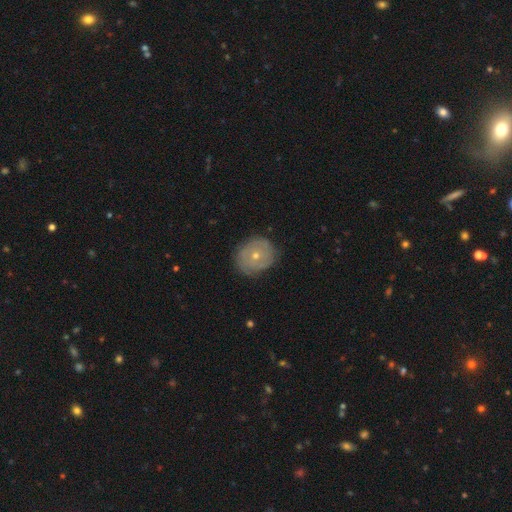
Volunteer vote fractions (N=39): A featured or disk galaxy (62%) with no bar (87%), 3 (50%) tight (57%) spiral arms (61%) and a small central bulge (65%).

Vote fractions:
- Smooth or featured? featured or disk: 62% / smooth: 38% / star or artifact: 0%
- Edge-on disk? no: 96% / yes: 4%
- Bar? no: 87% / weak: 9% / strong: 4%
- Spiral arms? yes: 61% / no: 39%
- Spiral winding? tight: 57% / medium: 43% / loose: 0%
- Spiral arm count? 3: 50% / can't tell: 21% / 1: 7% / 2: 7% / 4: 7% / more than 4: 7%
- Bulge size? small: 65% / moderate: 30% / none: 4% / dominant: 0% / large: 0%
- Merging? none: 74% / minor disturbance: 21% / major disturbance: 3% / merger: 3%